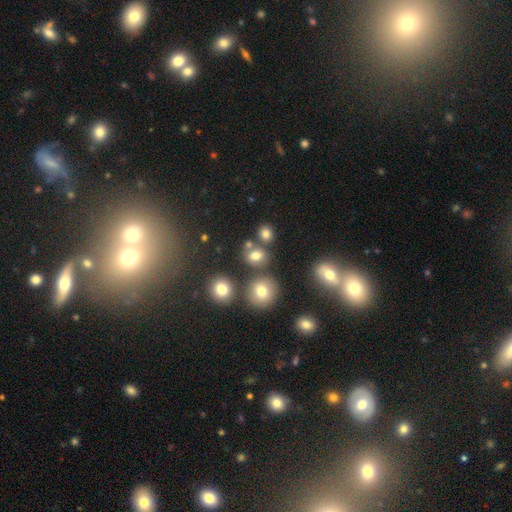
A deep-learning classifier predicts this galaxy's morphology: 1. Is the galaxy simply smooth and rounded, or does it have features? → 73% smooth, 17% star or artifact, 10% featured or disk.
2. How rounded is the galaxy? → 62% round, 36% in between, 1% cigar-shaped.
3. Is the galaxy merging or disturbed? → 67% none, 17% merger, 11% minor disturbance, 5% major disturbance.